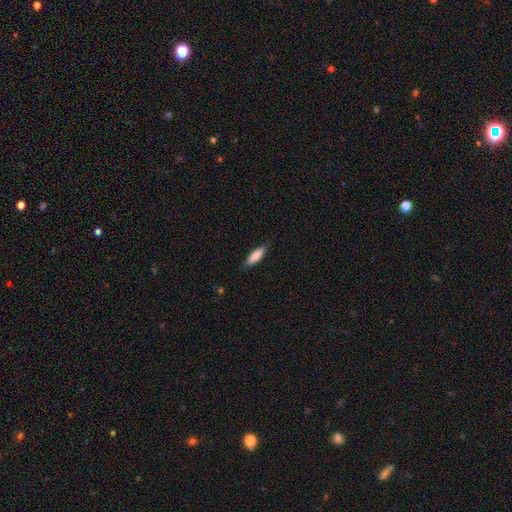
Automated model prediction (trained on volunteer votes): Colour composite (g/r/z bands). It shows a smooth galaxy with no disk features (83%) that is cigar-shaped (60%). Merging: none (83%).